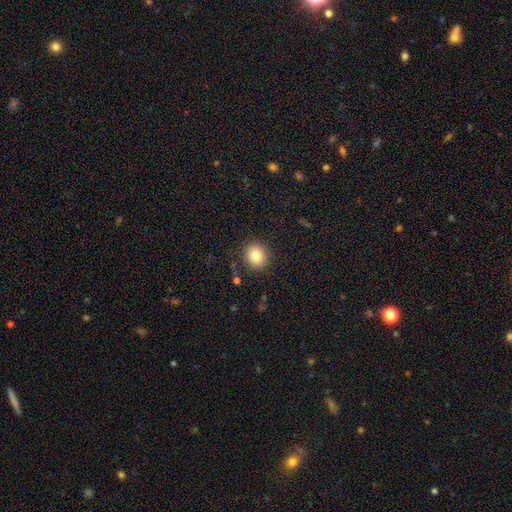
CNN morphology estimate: A smooth galaxy with no disk features (82%) that is round (82%).

Vote fractions:
- Smooth or featured? smooth: 82% / star or artifact: 10% / featured or disk: 8%
- How rounded? round: 82% / in between: 17% / cigar-shaped: 1%
- Merging? none: 89% / minor disturbance: 7% / major disturbance: 3% / merger: 1%